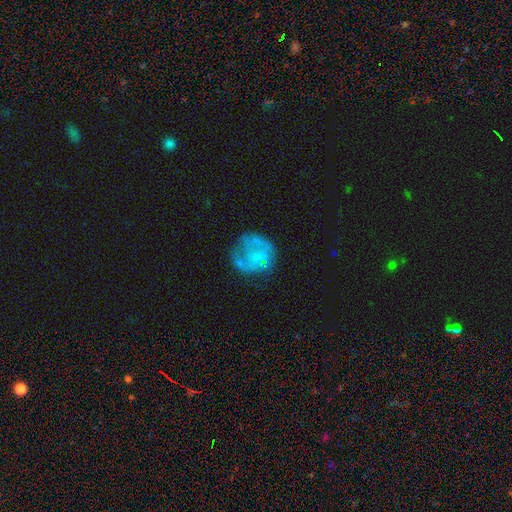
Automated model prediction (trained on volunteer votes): Smooth or featured? Predicted: featured or disk (p=0.53). Edge-on disk? Predicted: no (p=0.98). Bar? Predicted: no (p=0.78). Spiral arms? Predicted: no (p=0.61). Bulge size? Predicted: none (p=0.44). Merging? Predicted: none (p=0.51).